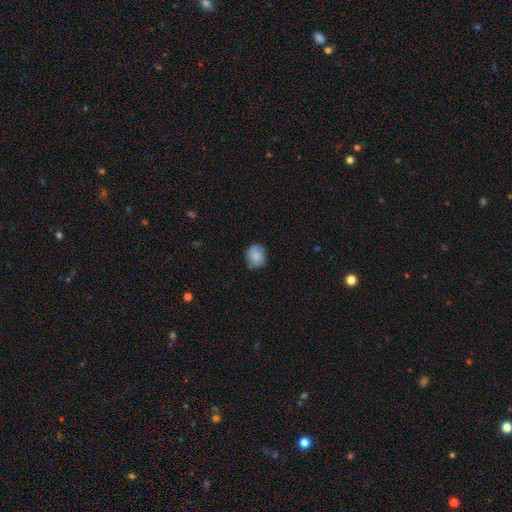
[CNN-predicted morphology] This appears to be a smooth galaxy with no disk features (80%) that is round (73%). Merging: none (77%).